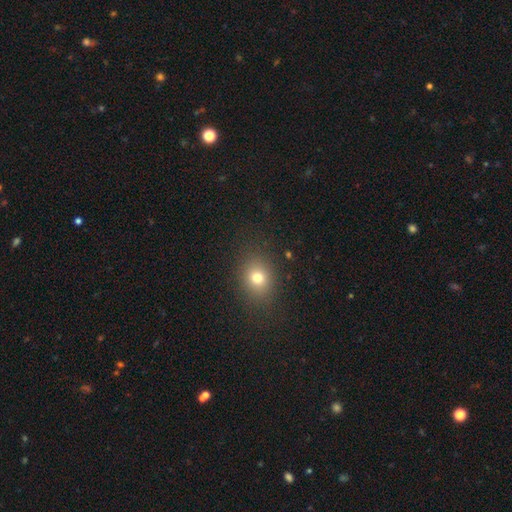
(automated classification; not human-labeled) Smooth or featured?
  - smooth: 69% *
  - star or artifact: 23%
  - featured or disk: 8%
How rounded?
  - in between: 50% *
  - round: 49%
  - cigar-shaped: 1%
Merging?
  - none: 89% *
  - minor disturbance: 7%
  - major disturbance: 2%
  - merger: 1%